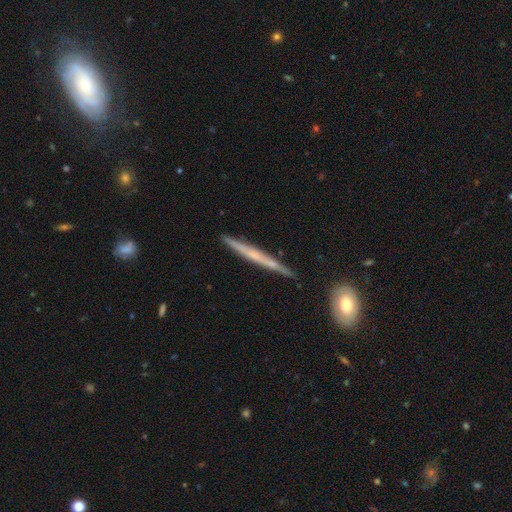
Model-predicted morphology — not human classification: Smooth or featured? featured or disk (59%)
Edge-on disk? yes (97%)
Edge-on bulge? none (74%)
Merging? none (89%)